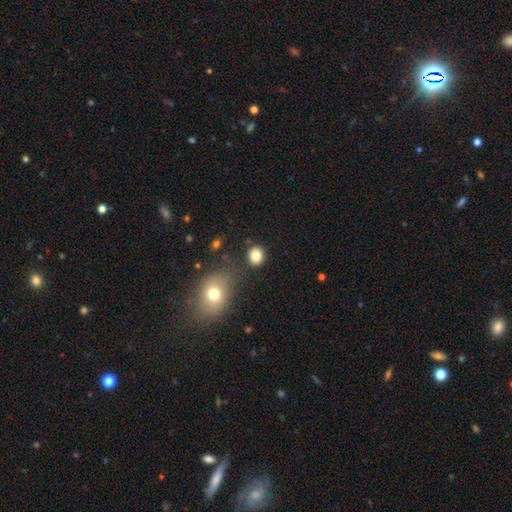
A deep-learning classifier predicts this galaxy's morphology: Smooth or featured: smooth — 82% (star or artifact — 11%)
How rounded: round — 78% (in between — 21%)
Merging: none — 82% (minor disturbance — 9%)